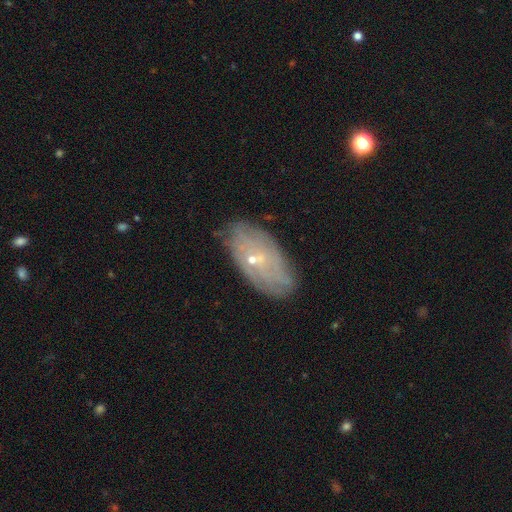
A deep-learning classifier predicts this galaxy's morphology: Overall: featured or disk (63%; smooth 26%). Edge-on disk: no (89%). Bar: no (65%; weak 29%). Spiral arms: yes (72%). Bulge size: small (73%). Merging: none (81%).